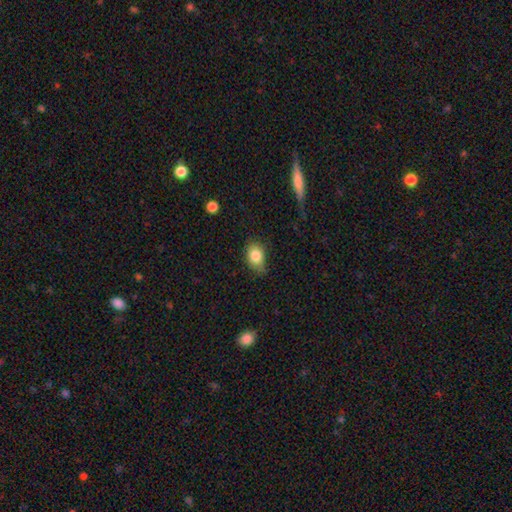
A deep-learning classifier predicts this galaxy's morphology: Smooth or featured? Predicted: smooth (p=0.82). How rounded? Predicted: in between (p=0.67). Merging? Predicted: none (p=0.64).